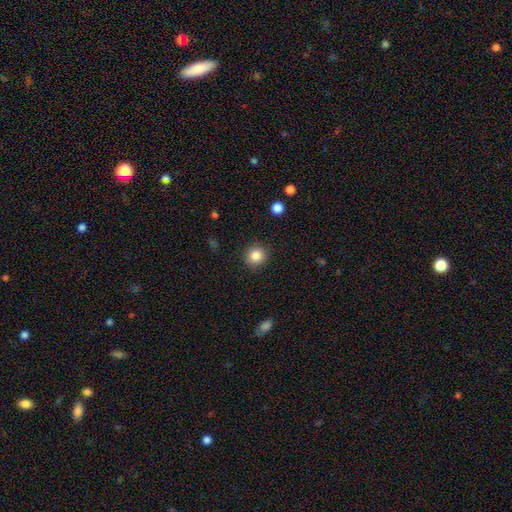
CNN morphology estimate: Smooth or featured: smooth — 84% (star or artifact — 11%)
How rounded: round — 90% (in between — 9%)
Merging: none — 91% (minor disturbance — 6%)